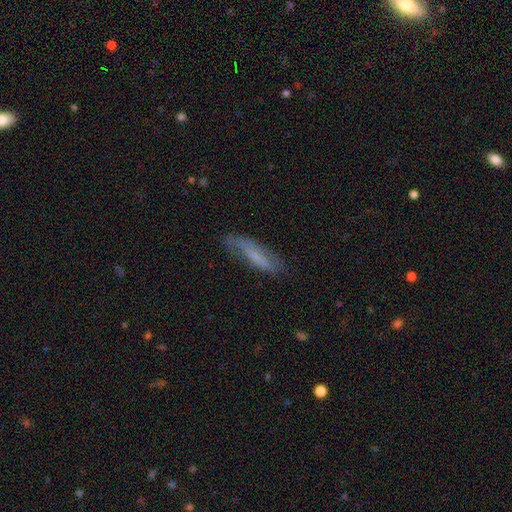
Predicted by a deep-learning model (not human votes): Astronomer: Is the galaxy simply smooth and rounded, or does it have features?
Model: smooth — 55% (runner-up: featured or disk, 37%).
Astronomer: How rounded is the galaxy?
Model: cigar-shaped — 73%.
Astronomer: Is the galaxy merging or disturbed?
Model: none — 66%.